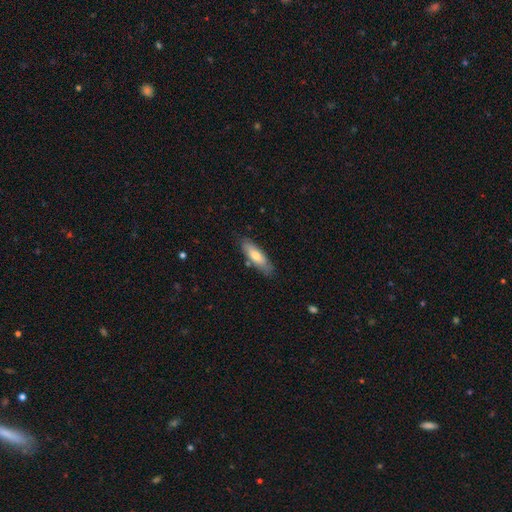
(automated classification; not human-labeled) Q: Smooth or featured?
A: smooth (67%); runner-up: featured or disk (27%)
Q: How rounded?
A: cigar-shaped (56%); runner-up: in between (43%)
Q: Merging?
A: none (82%); runner-up: minor disturbance (14%)